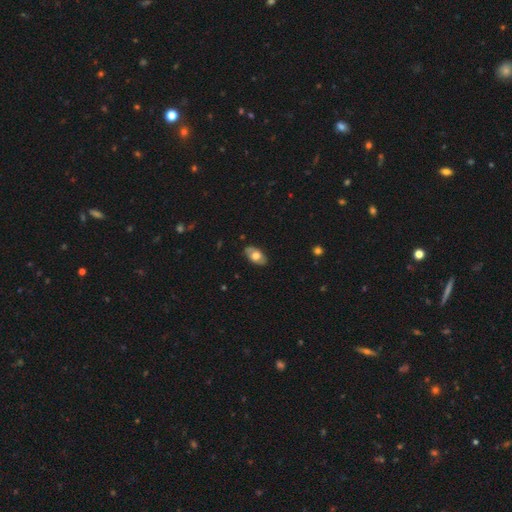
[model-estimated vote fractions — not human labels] Smooth or featured: smooth — 63% (featured or disk — 32%)
How rounded: in between — 93% (round — 5%)
Merging: none — 84% (minor disturbance — 13%)